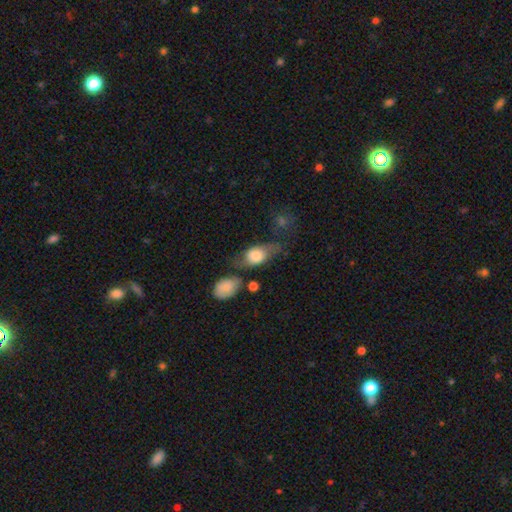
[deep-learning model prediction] smooth 64%, featured or disk 29%, star or artifact 7%. Down the decision tree: how rounded — in between (77%); merging — none (46%).